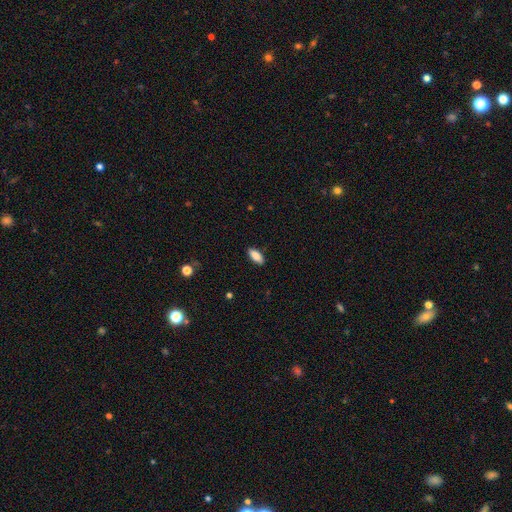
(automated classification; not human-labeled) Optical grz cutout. It shows a smooth galaxy with no disk features (87%) that is in between round and cigar-shaped (84%). Merging: none (89%).